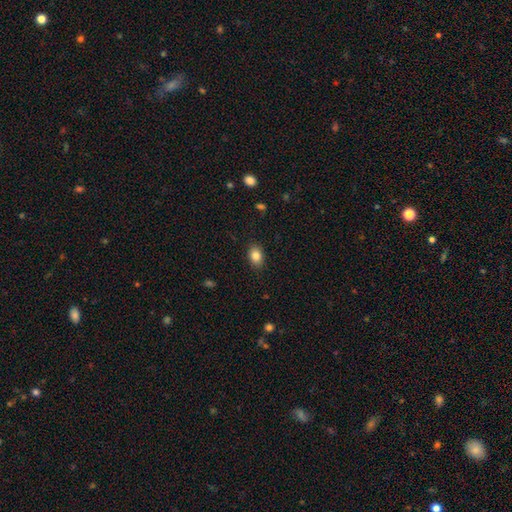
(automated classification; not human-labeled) Q: Smooth or featured?
A: smooth (84%); runner-up: star or artifact (9%)
Q: How rounded?
A: in between (77%); runner-up: round (21%)
Q: Merging?
A: none (88%); runner-up: minor disturbance (9%)